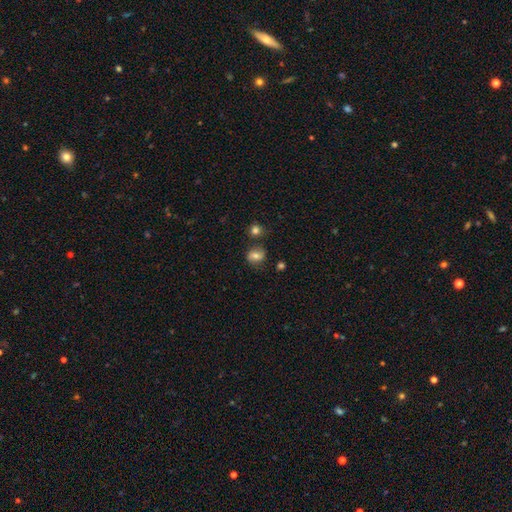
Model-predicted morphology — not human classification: A smooth galaxy with no disk features (64%) that is round (60%). Merging: none (74%).